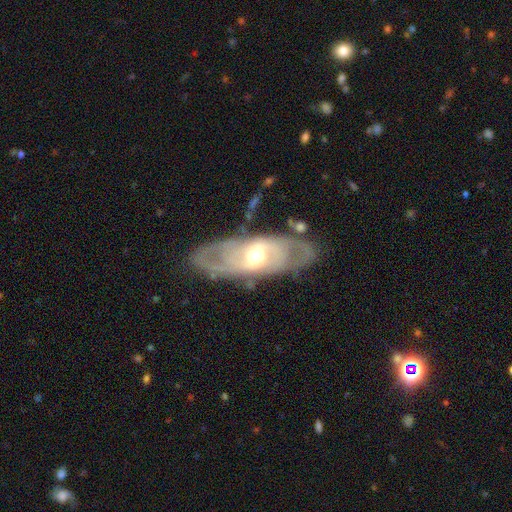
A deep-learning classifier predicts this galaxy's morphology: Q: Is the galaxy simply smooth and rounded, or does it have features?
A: featured or disk — 79%.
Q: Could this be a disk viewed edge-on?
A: no — 86%.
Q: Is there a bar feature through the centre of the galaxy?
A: no — 48%.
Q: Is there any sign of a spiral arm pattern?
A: yes — 78%.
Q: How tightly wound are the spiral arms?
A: tight — 56%.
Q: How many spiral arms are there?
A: can't tell — 42%.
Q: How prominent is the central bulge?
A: moderate — 62%.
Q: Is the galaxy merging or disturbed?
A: none — 74%.